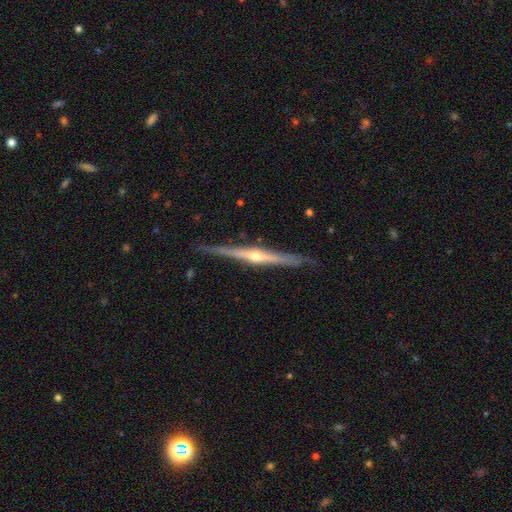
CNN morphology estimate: smooth-or-featured: featured or disk: 83% | smooth: 12% | star or artifact: 5%
  disk-edge-on: yes: 98% | no: 2%
    edge-on-bulge: rounded: 89% | none: 8% | boxy: 3%
  merging: none: 86% | minor disturbance: 11% | major disturbance: 2% | merger: 1%